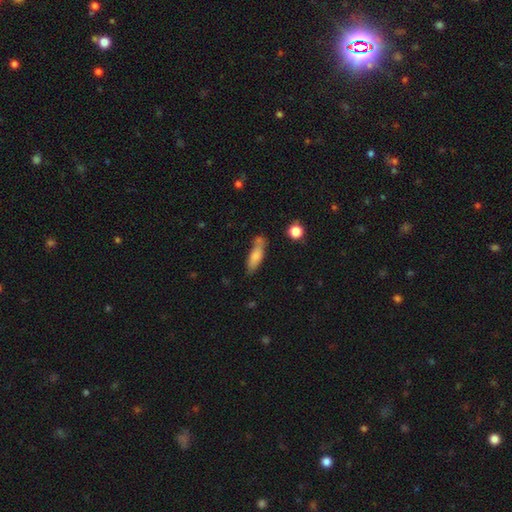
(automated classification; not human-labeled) This appears to be a smooth galaxy with no disk features (74%) that is cigar-shaped (56%). Merging: none (59%).